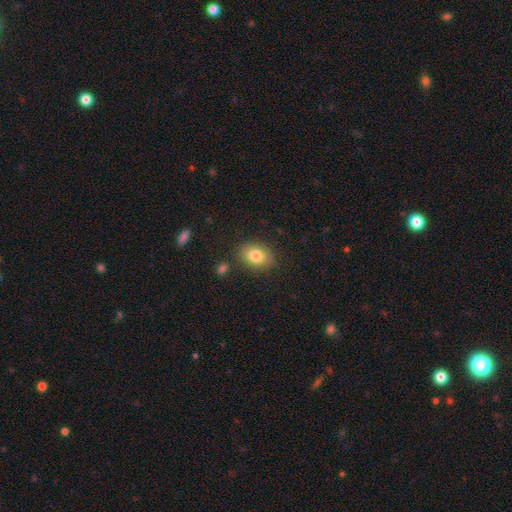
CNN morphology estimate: Overall: smooth (83%). How rounded: in between (68%; round 30%). Merging: none (82%).